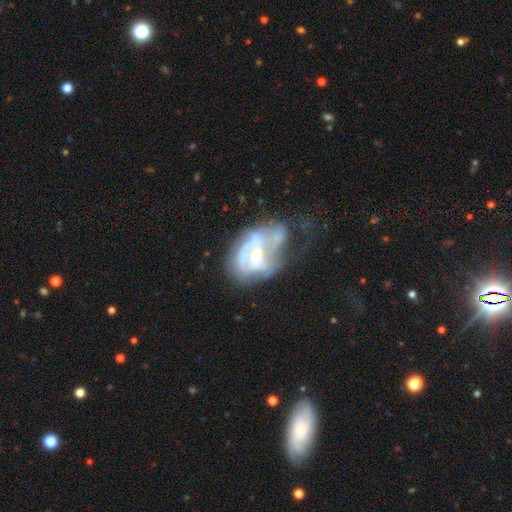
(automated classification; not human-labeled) This appears to be a featured or disk galaxy (75%) with no bar (53%), spiral arms (58%) and a small central bulge (49%). Merging: major disturbance (38%).